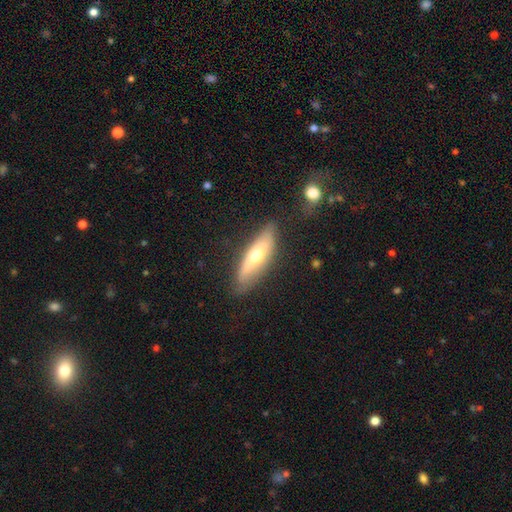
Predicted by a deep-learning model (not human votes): Q: Smooth or featured?
A: smooth (49%); runner-up: featured or disk (46%)
Q: Merging?
A: none (77%); runner-up: minor disturbance (17%)